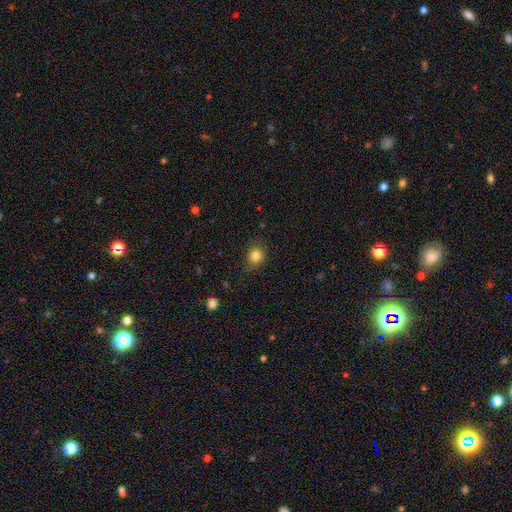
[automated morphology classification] Smooth or featured?
  - smooth: 82% *
  - star or artifact: 11%
  - featured or disk: 6%
How rounded?
  - round: 78% *
  - in between: 21%
  - cigar-shaped: 1%
Merging?
  - none: 80% *
  - minor disturbance: 15%
  - major disturbance: 4%
  - merger: 1%